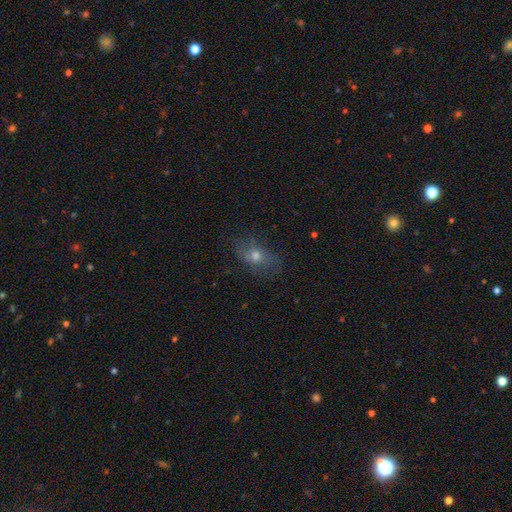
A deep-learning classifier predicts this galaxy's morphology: The model was most divided on "smooth or featured": smooth: 50%, featured or disk: 34%, star or artifact: 16%. More confident: how rounded — in between (70%); merging — none (69%).